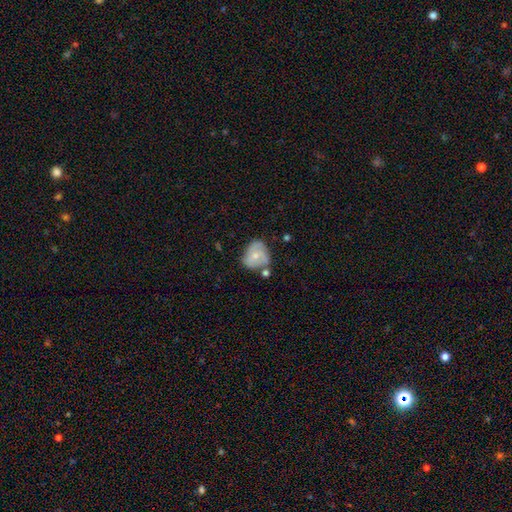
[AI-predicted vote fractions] Smooth or featured: smooth — 52% (featured or disk — 41%)
How rounded: round — 61% (in between — 38%)
Merging: none — 46% (minor disturbance — 30%)